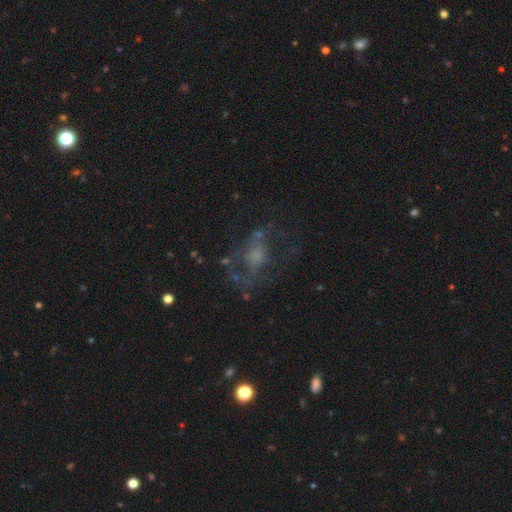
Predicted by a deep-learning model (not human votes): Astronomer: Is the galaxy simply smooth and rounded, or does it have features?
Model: featured or disk — 52% (runner-up: smooth, 28%).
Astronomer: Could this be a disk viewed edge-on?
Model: no — 95%.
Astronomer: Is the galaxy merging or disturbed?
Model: none — 46% (runner-up: major disturbance, 31%).